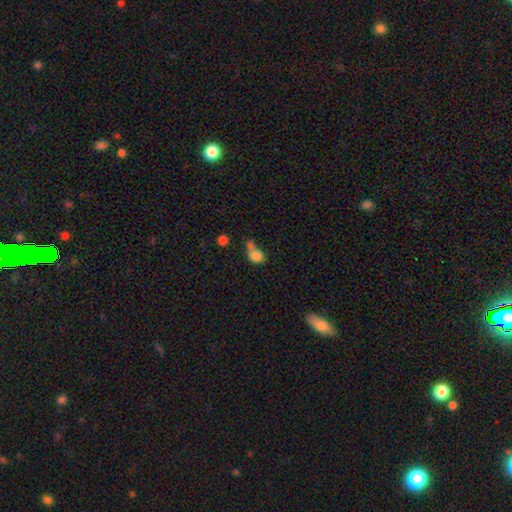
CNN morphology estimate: This appears to be a smooth galaxy with no disk features (81%) that is round (70%). Merging: merger (47%).